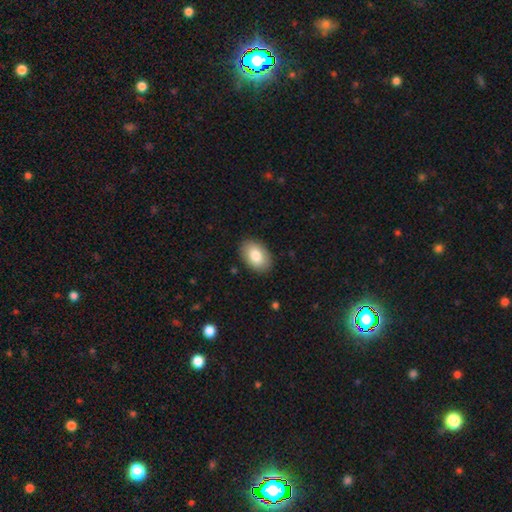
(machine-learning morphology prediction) The model was most divided on "smooth or featured": smooth: 83%, featured or disk: 10%, star or artifact: 7%. More confident: how rounded — in between (89%); merging — none (88%).